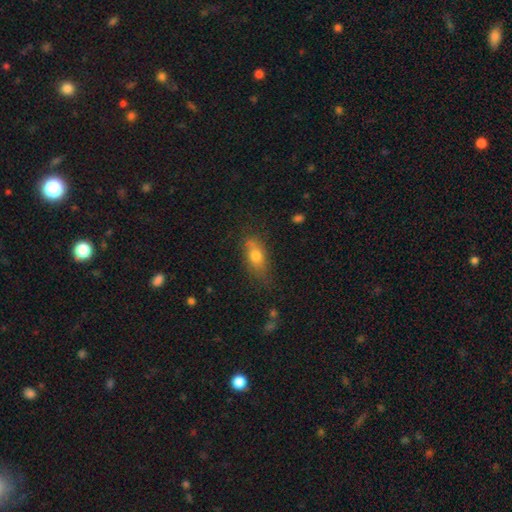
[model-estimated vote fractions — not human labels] Q: Smooth or featured?
A: smooth (71%); runner-up: featured or disk (19%)
Q: How rounded?
A: in between (77%); runner-up: cigar-shaped (13%)
Q: Merging?
A: none (65%); runner-up: minor disturbance (24%)